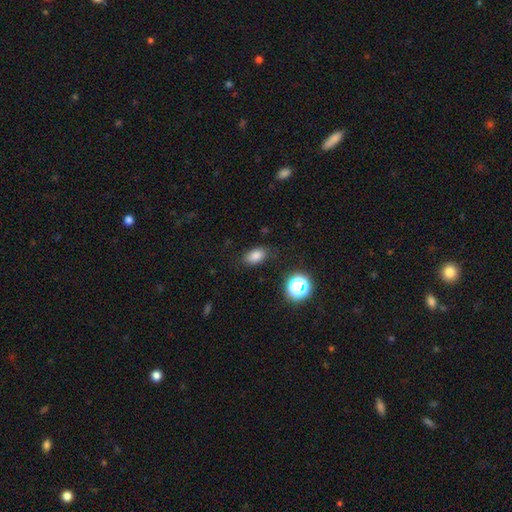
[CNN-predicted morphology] Smooth or featured?
  - smooth: 80% *
  - star or artifact: 14%
  - featured or disk: 6%
How rounded?
  - in between: 86% *
  - round: 11%
  - cigar-shaped: 2%
Merging?
  - none: 83% *
  - minor disturbance: 12%
  - major disturbance: 3%
  - merger: 2%